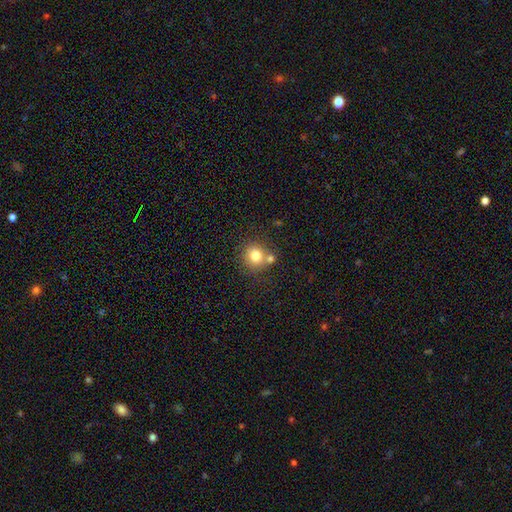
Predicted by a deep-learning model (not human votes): Q: Smooth or featured?
A: smooth (78%); runner-up: star or artifact (11%)
Q: How rounded?
A: round (87%); runner-up: in between (12%)
Q: Merging?
A: none (62%); runner-up: merger (25%)